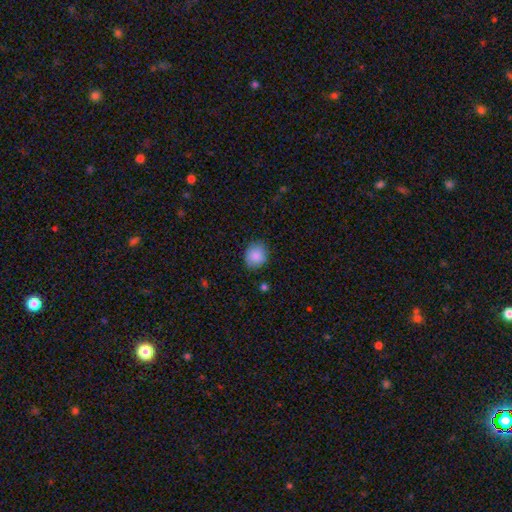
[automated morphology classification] Smooth or featured? Predicted: smooth (p=0.86). How rounded? Predicted: round (p=0.69). Merging? Predicted: none (p=0.83).